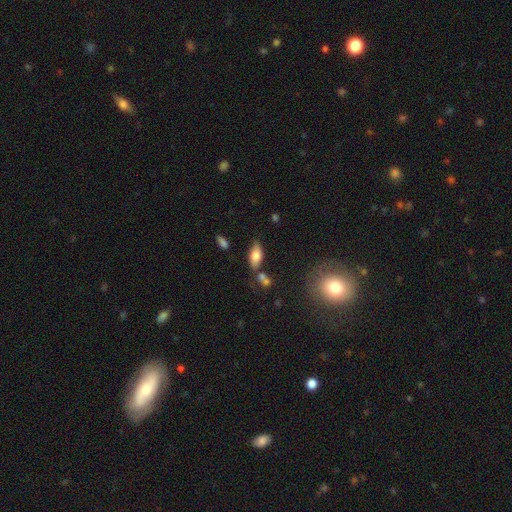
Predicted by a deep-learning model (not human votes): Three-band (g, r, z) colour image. It shows a smooth galaxy with no disk features (75%) that is in between round and cigar-shaped (88%). Merging: none (67%).